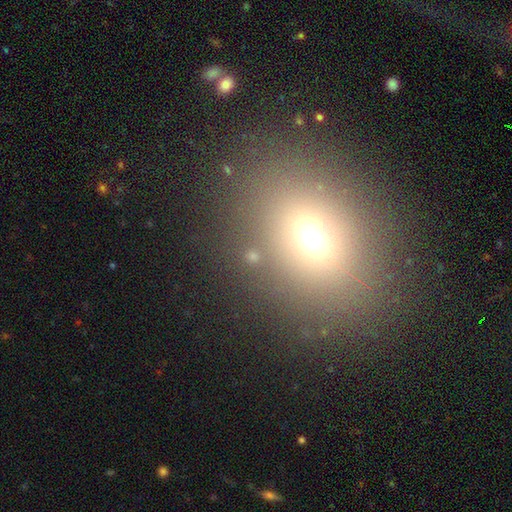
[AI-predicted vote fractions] smooth_or_featured: smooth (p=0.62) [alt: star or artifact p=0.27]
how_rounded: round (p=0.51) [alt: in between p=0.47]
merging: none (p=0.81) [alt: minor disturbance p=0.09]